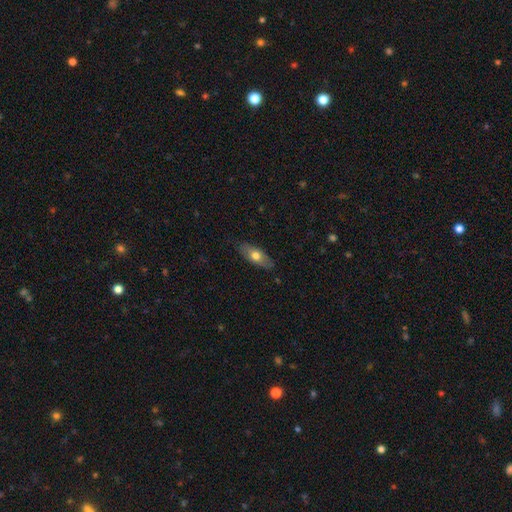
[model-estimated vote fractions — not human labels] The model was most divided on "smooth or featured": smooth: 63%, featured or disk: 31%, star or artifact: 6%. More confident: merging — none (84%); how rounded — in between (75%).